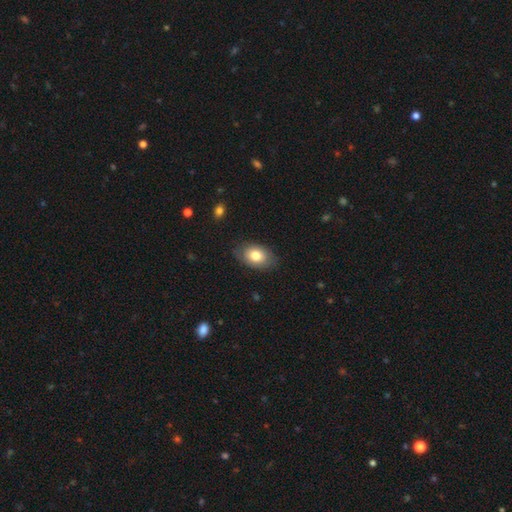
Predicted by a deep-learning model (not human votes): smooth_or_featured: smooth (p=0.77) [alt: featured or disk p=0.16]
how_rounded: in between (p=0.85) [alt: round p=0.14]
merging: none (p=0.80) [alt: minor disturbance p=0.15]